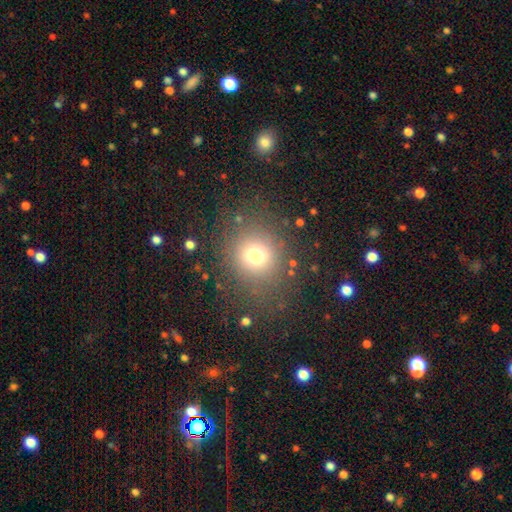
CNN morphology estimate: Smooth or featured? smooth (72%)
How rounded? round (85%)
Merging? none (81%)